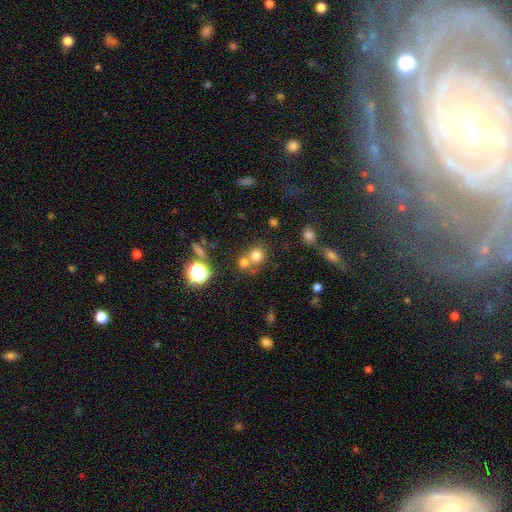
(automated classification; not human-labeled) Overall: smooth (73%). How rounded: round (83%). Merging: none (51%; merger 39%).